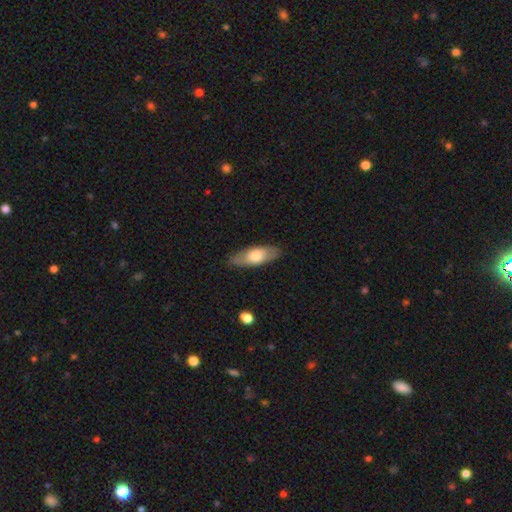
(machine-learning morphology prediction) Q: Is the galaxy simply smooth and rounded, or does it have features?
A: smooth — 60%.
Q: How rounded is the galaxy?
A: in between — 70%.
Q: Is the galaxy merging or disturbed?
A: none — 82%.